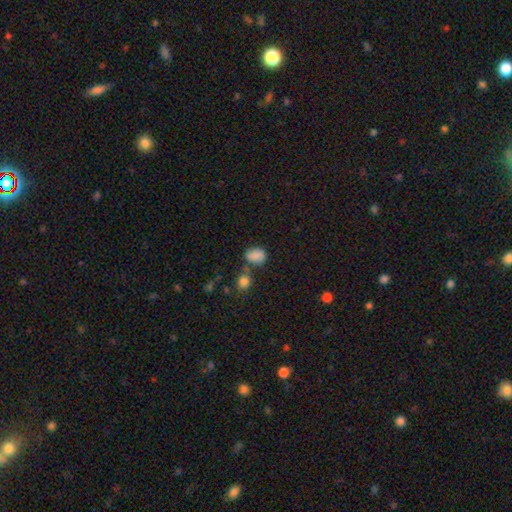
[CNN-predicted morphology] smooth 81%, star or artifact 12%, featured or disk 8%. Down the decision tree: how rounded — in between (67%); merging — none (52%).